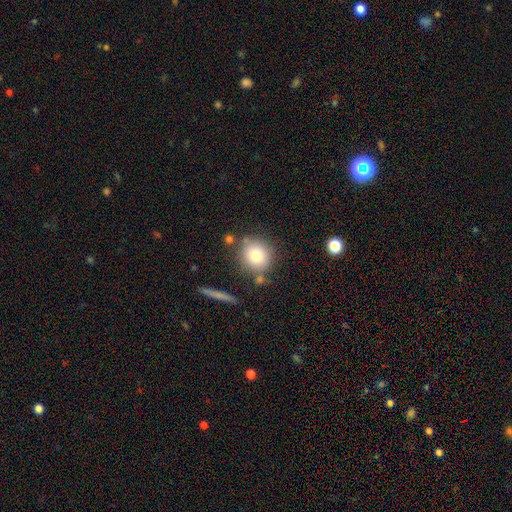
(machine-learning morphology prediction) A smooth galaxy with no disk features (78%) that is round (88%).

Vote fractions:
- Smooth or featured? smooth: 78% / featured or disk: 12% / star or artifact: 10%
- How rounded? round: 88% / in between: 11% / cigar-shaped: 1%
- Merging? none: 74% / minor disturbance: 12% / merger: 9% / major disturbance: 4%